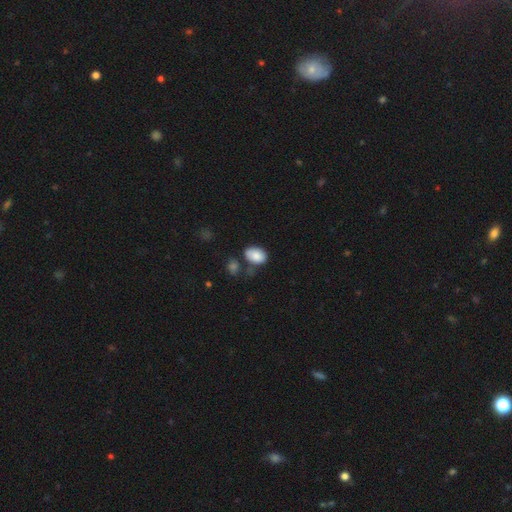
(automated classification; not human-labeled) Smooth or featured? Predicted: smooth (p=0.85). How rounded? Predicted: in between (p=0.86). Merging? Predicted: none (p=0.57).